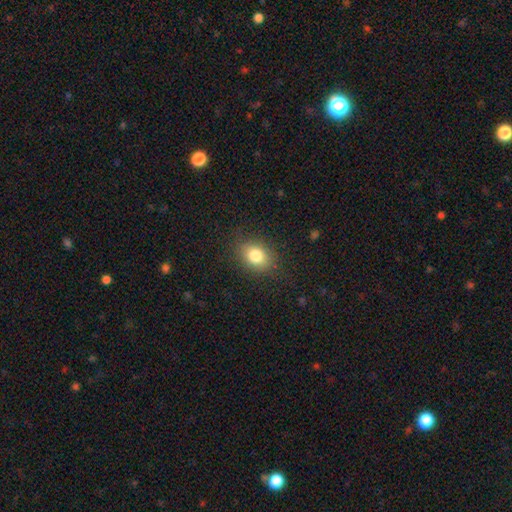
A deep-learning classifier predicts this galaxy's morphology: Overall: smooth (81%). How rounded: in between (66%; round 33%). Merging: none (83%).